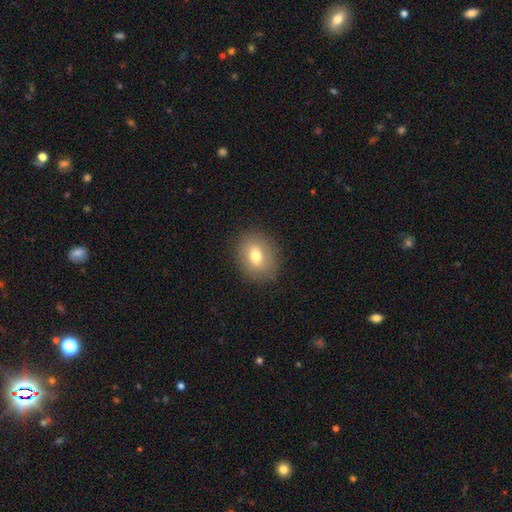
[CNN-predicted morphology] type=smooth (73%); roundness=in between (50%); merging=none (86%).